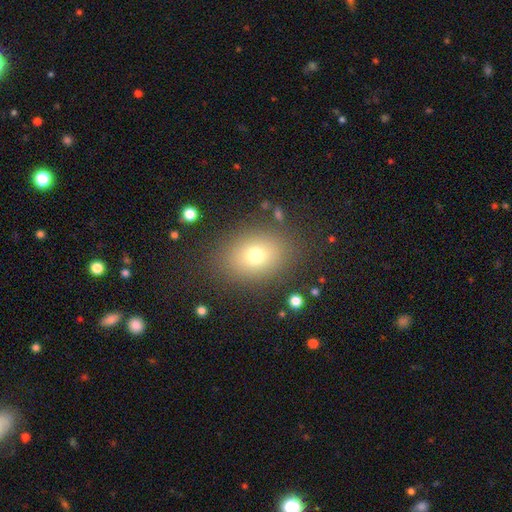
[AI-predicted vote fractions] smooth-or-featured: smooth: 71% | star or artifact: 15% | featured or disk: 13%
  how-rounded: in between: 58% | round: 41% | cigar-shaped: 1%
  merging: none: 84% | minor disturbance: 9% | major disturbance: 5% | merger: 2%